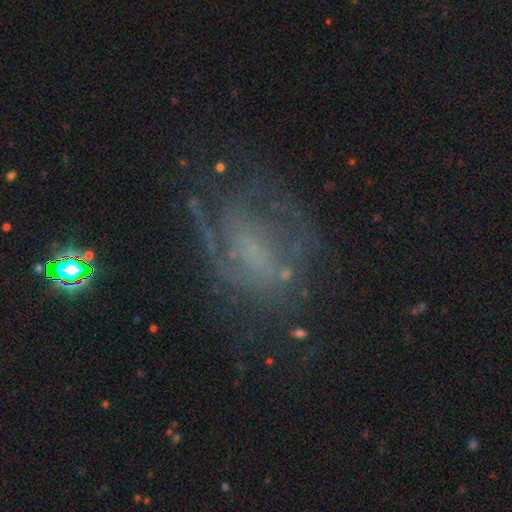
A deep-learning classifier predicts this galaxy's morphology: Smooth or featured? featured or disk (64%)
Edge-on disk? no (96%)
Bar? no (58%)
Spiral arms? yes (66%)
Bulge size? none (54%)
Merging? none (54%)